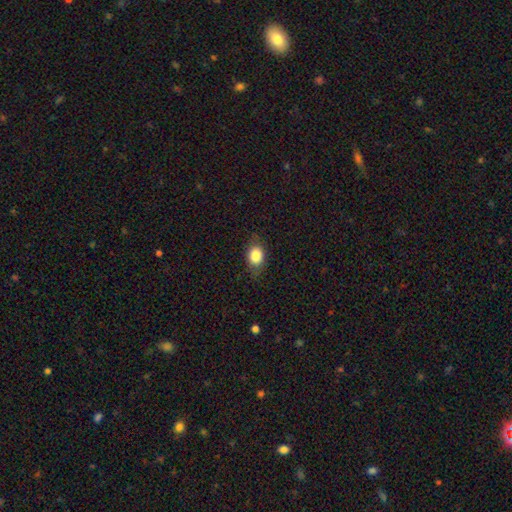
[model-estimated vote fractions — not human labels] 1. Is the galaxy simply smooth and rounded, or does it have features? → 83% smooth, 9% star or artifact, 9% featured or disk.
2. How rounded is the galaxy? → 63% in between, 35% round, 2% cigar-shaped.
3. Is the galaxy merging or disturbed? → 77% none, 17% minor disturbance, 5% major disturbance, 1% merger.